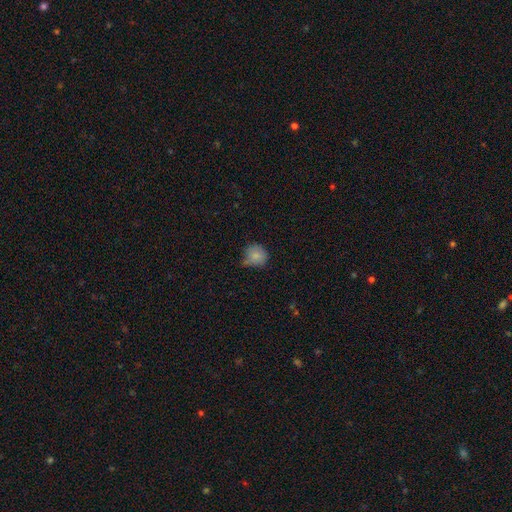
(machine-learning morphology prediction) Smooth or featured?
  - smooth: 83% *
  - star or artifact: 9%
  - featured or disk: 8%
How rounded?
  - round: 86% *
  - in between: 13%
  - cigar-shaped: 1%
Merging?
  - none: 57% *
  - minor disturbance: 30%
  - major disturbance: 7%
  - merger: 6%